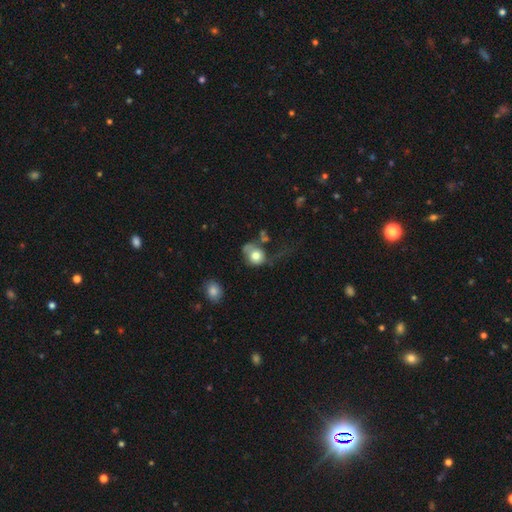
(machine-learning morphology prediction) This is likely a smooth galaxy (72%). How rounded: likely round (63%). Merging: marginally major disturbance (37%).